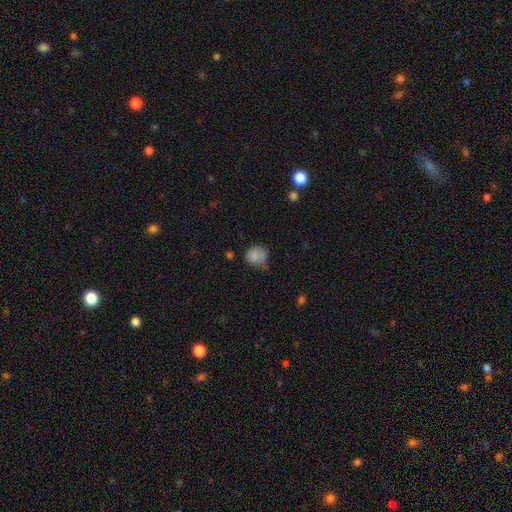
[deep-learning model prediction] smooth_or_featured: smooth (p=0.81) [alt: featured or disk p=0.10]
how_rounded: round (p=0.74) [alt: in between p=0.25]
merging: none (p=0.47) [alt: minor disturbance p=0.36]